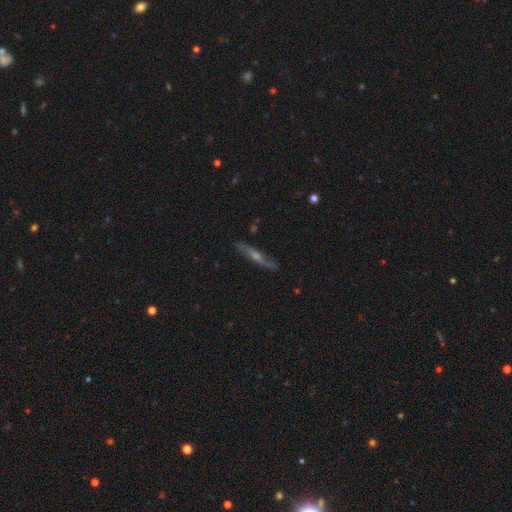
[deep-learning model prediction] Morphology: type=featured or disk (71%); edge-on=yes (82%); edge-on bulge=rounded (79%); merging=none (82%).